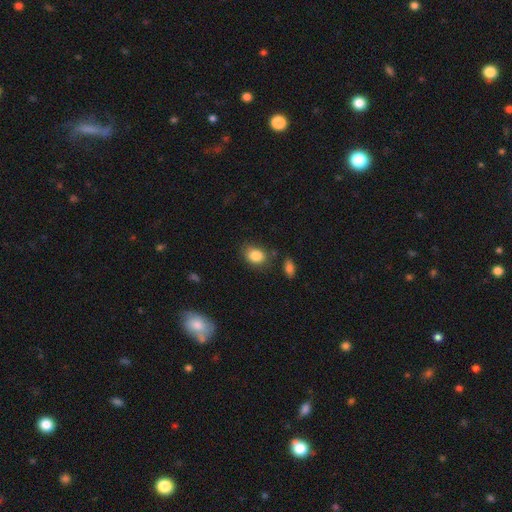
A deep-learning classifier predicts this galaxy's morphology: A smooth galaxy with no disk features (85%) that is in between round and cigar-shaped (69%). Merging: none (74%).